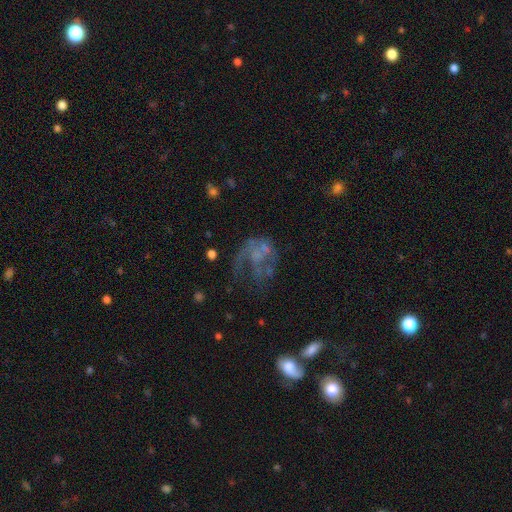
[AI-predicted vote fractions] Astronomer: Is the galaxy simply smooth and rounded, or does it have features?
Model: featured or disk — 59%.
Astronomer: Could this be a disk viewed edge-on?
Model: no — 98%.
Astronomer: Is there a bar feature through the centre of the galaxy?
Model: no — 86%.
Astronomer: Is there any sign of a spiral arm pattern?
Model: no — 66%.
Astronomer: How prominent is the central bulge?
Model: none — 64%.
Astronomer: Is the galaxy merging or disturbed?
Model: major disturbance — 45% (runner-up: none, 30%).